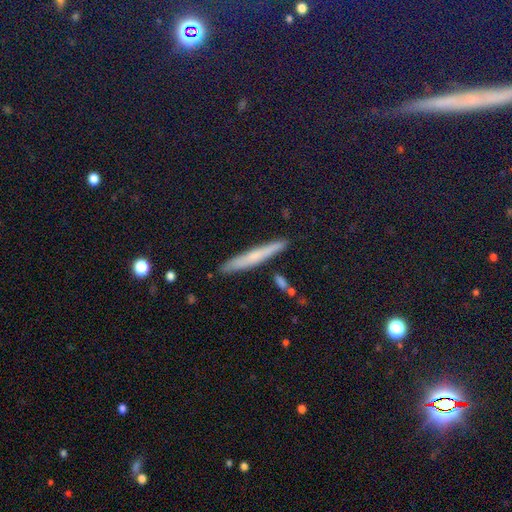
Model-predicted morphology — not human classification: A smooth galaxy with no disk features (53%) that is cigar-shaped (92%).

Vote fractions:
- Smooth or featured? smooth: 53% / featured or disk: 30% / star or artifact: 17%
- How rounded? cigar-shaped: 92% / in between: 5% / round: 3%
- Merging? none: 87% / minor disturbance: 9% / merger: 2% / major disturbance: 2%